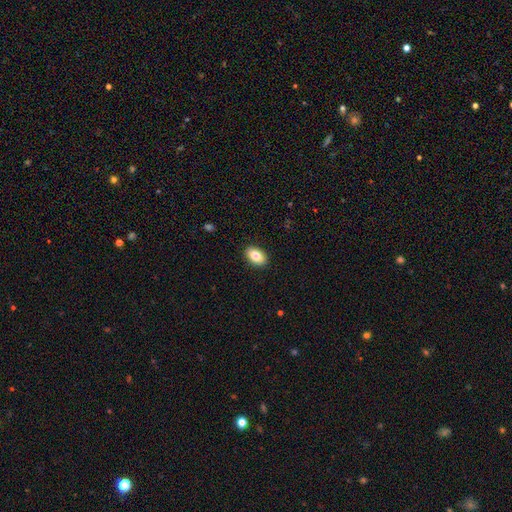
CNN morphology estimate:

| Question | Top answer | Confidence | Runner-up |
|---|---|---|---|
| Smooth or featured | smooth | 81% | featured or disk (11%) |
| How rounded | in between | 90% | round (8%) |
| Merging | none | 90% | minor disturbance (7%) |